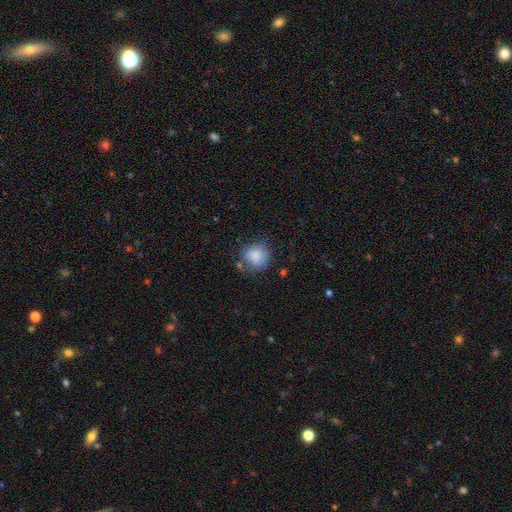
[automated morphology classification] Q: Smooth or featured?
A: smooth (84%); runner-up: star or artifact (8%)
Q: How rounded?
A: round (84%); runner-up: in between (15%)
Q: Merging?
A: none (66%); runner-up: minor disturbance (23%)